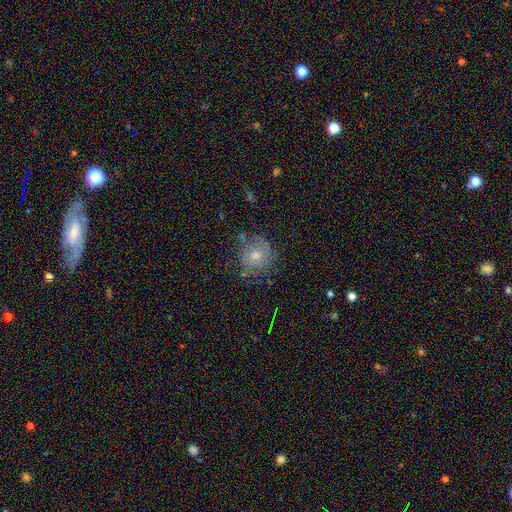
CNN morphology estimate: type=smooth (44%); merging=none (71%).